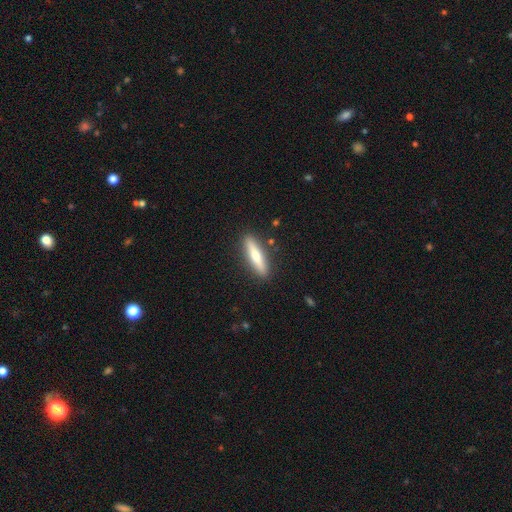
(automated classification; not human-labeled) This is possibly a smooth galaxy (57%). How rounded: clearly cigar-shaped (82%). Merging: clearly none (89%).